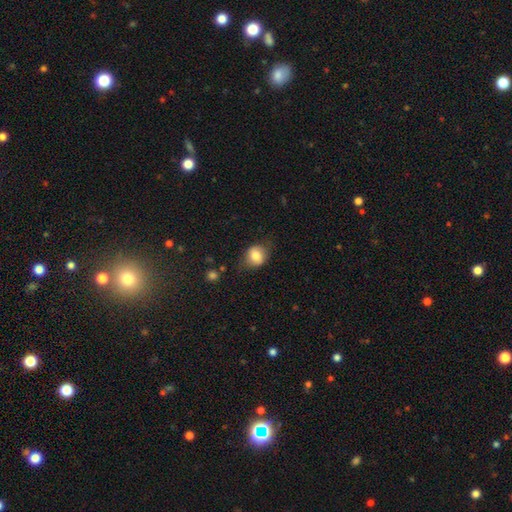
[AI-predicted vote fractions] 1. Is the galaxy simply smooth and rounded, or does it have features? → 76% smooth, 16% featured or disk, 8% star or artifact.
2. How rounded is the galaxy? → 56% round, 42% in between, 1% cigar-shaped.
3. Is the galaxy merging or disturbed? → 68% none, 23% minor disturbance, 8% major disturbance, 2% merger.